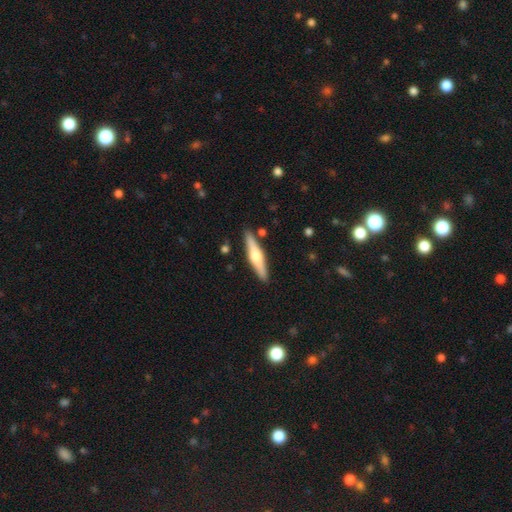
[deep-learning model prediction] smooth_or_featured: featured or disk (p=0.56) [alt: smooth p=0.38]
disk_edge_on: yes (p=0.96) [alt: no p=0.04]
edge_on_bulge: rounded (p=0.90) [alt: boxy p=0.06]
merging: none (p=0.88) [alt: minor disturbance p=0.08]